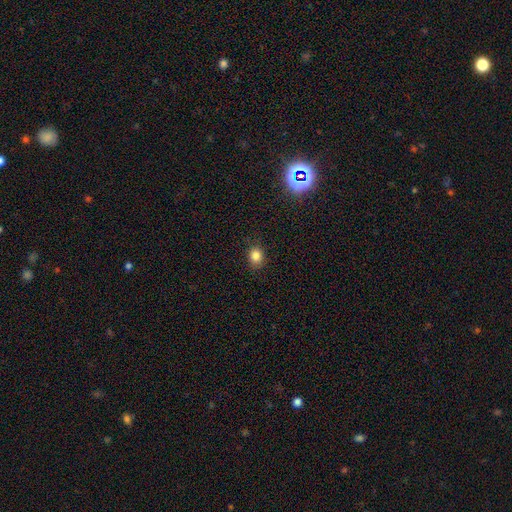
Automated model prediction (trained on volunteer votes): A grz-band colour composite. It shows a smooth galaxy with no disk features (83%) that is round (56%). Merging: none (85%).